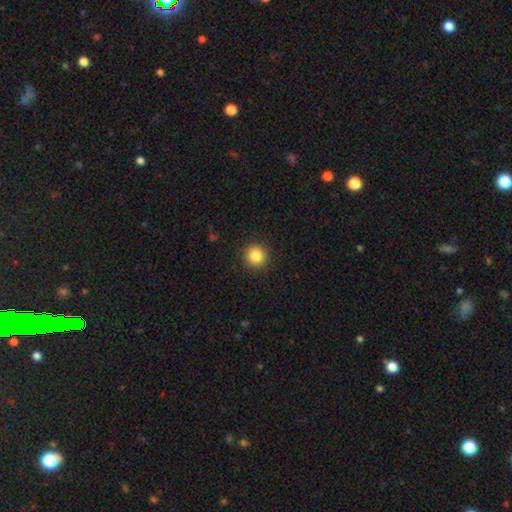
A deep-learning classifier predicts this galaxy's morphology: Smooth or featured? smooth (85%)
How rounded? round (94%)
Merging? none (91%)